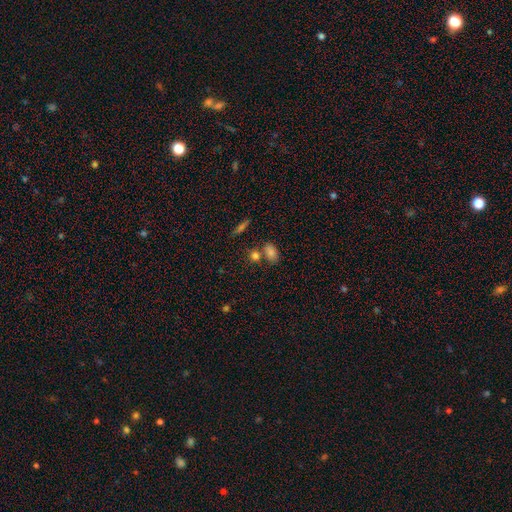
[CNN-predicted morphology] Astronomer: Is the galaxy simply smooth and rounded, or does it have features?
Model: smooth — 79%.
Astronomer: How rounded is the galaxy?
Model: in between — 57% (runner-up: round, 40%).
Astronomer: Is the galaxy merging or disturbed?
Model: none — 57%.